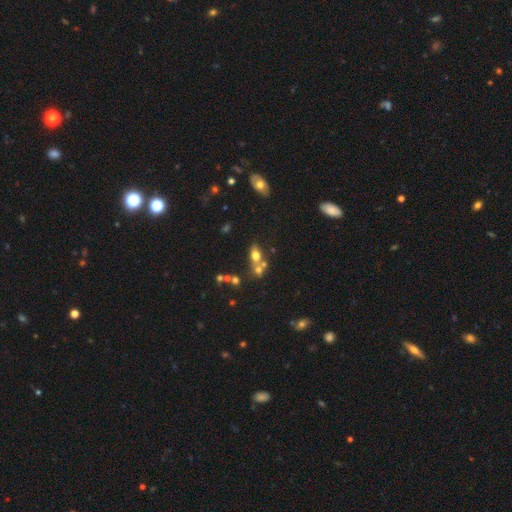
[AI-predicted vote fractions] smooth-or-featured: smooth: 60% | featured or disk: 25% | star or artifact: 15%
  how-rounded: in between: 59% | round: 36% | cigar-shaped: 6%
  merging: merger: 48% | none: 36% | minor disturbance: 10% | major disturbance: 6%